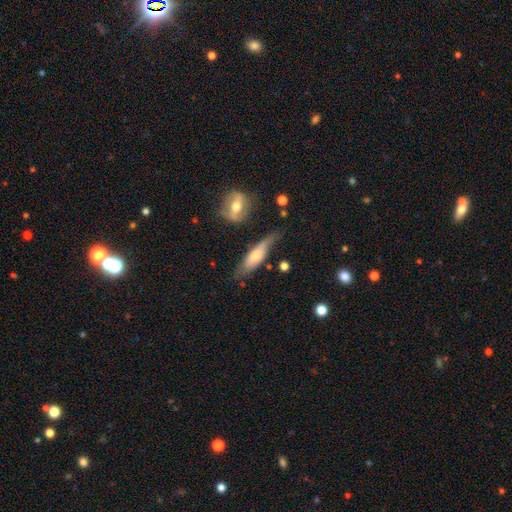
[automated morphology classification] The model was most divided on "how rounded": cigar-shaped: 56%, in between: 42%, round: 3%. More confident: smooth or featured — smooth (58%); merging — none (55%).